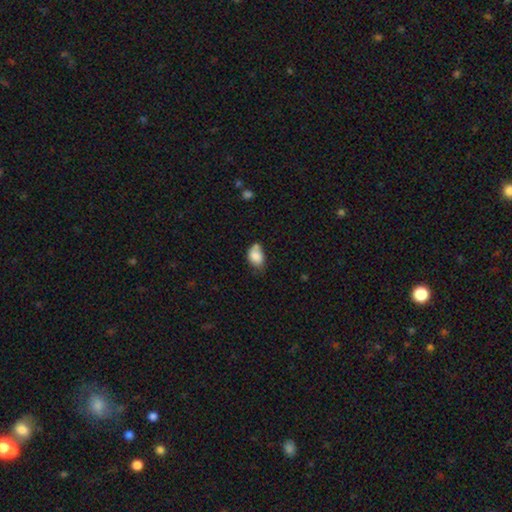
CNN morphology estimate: Q: Smooth or featured?
A: smooth (82%); runner-up: featured or disk (10%)
Q: How rounded?
A: in between (78%); runner-up: round (21%)
Q: Merging?
A: none (42%); runner-up: minor disturbance (34%)